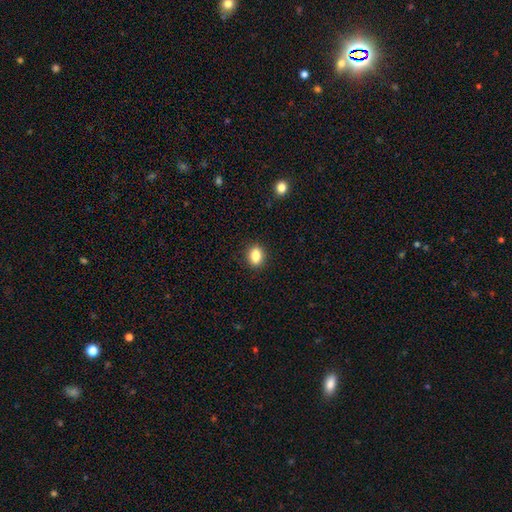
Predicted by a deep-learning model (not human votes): Q: Smooth or featured?
A: smooth (86%); runner-up: star or artifact (9%)
Q: How rounded?
A: in between (70%); runner-up: round (28%)
Q: Merging?
A: none (89%); runner-up: minor disturbance (8%)